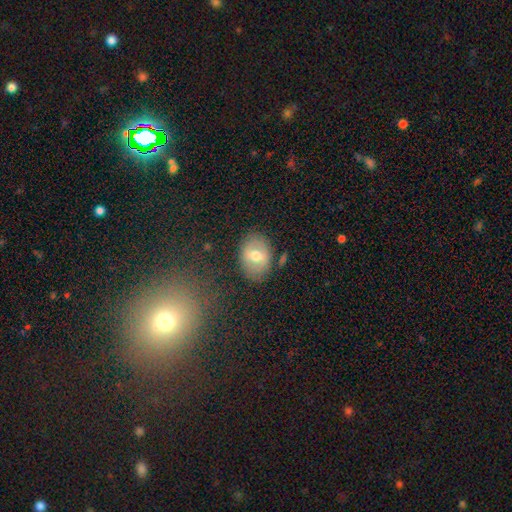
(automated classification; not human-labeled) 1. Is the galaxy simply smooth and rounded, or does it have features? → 53% smooth, 39% featured or disk, 8% star or artifact.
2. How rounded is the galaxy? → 71% in between, 28% round, 1% cigar-shaped.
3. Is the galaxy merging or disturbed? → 82% none, 12% minor disturbance, 4% major disturbance, 2% merger.